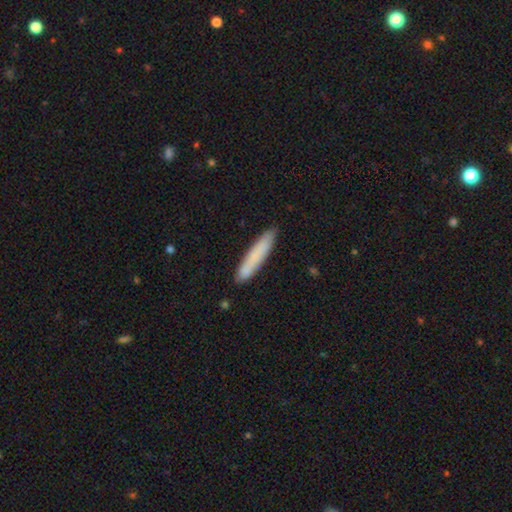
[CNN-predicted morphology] smooth_or_featured: smooth (p=0.79) [alt: featured or disk p=0.15]
how_rounded: cigar-shaped (p=0.92) [alt: in between p=0.07]
merging: none (p=0.87) [alt: minor disturbance p=0.10]